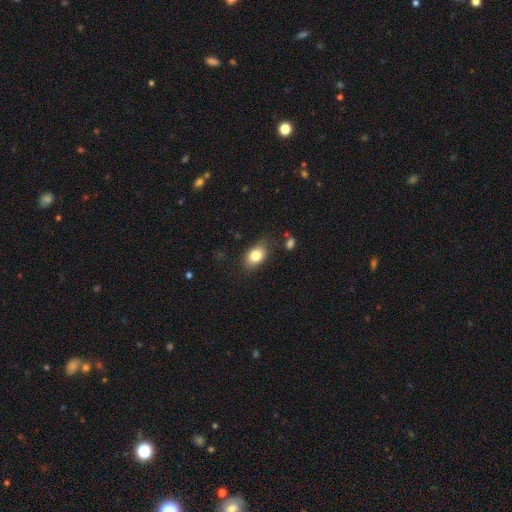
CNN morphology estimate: A smooth galaxy with no disk features (81%) that is in between round and cigar-shaped (81%). Merging: none (74%).